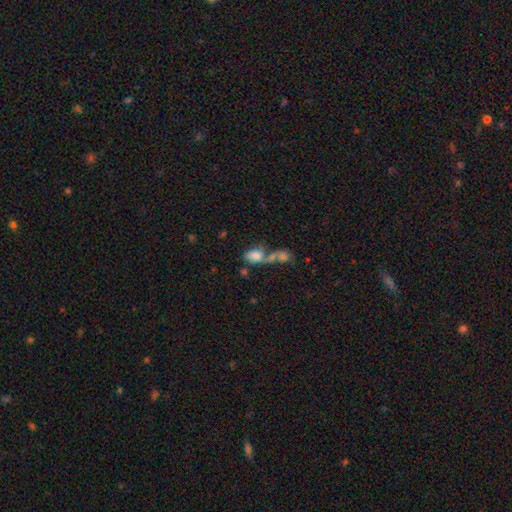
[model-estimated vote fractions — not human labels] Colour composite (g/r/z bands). It shows a smooth galaxy with no disk features (70%) that is in between round and cigar-shaped (84%). Merging: merger (62%).